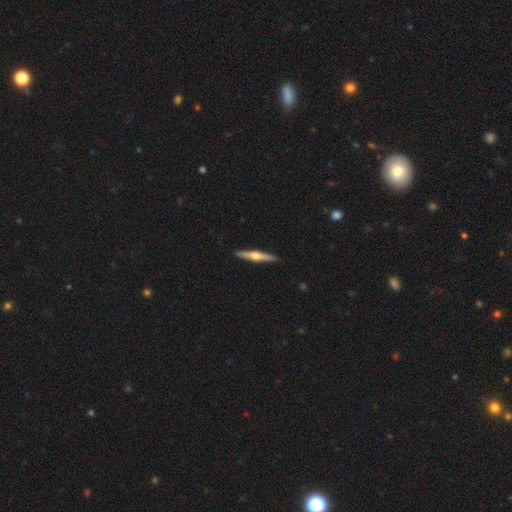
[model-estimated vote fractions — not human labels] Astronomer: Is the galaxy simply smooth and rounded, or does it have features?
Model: featured or disk — 63%.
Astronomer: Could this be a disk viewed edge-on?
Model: yes — 97%.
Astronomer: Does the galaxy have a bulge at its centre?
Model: rounded — 90%.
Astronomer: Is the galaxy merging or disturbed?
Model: none — 91%.